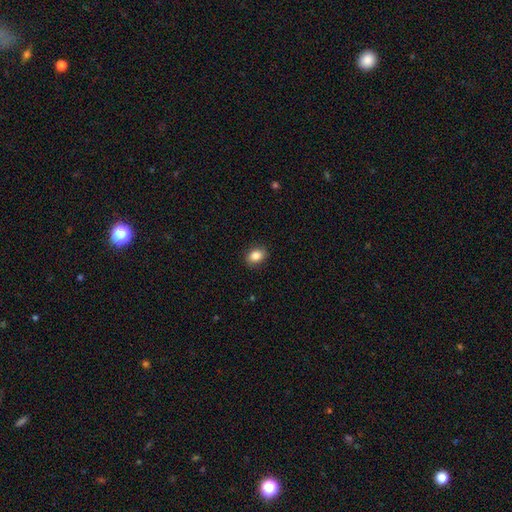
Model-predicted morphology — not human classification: A smooth galaxy with no disk features (86%) that is in between round and cigar-shaped (67%).

Vote fractions:
- Smooth or featured? smooth: 86% / star or artifact: 9% / featured or disk: 5%
- How rounded? in between: 67% / round: 32% / cigar-shaped: 1%
- Merging? none: 88% / minor disturbance: 9% / major disturbance: 2% / merger: 1%